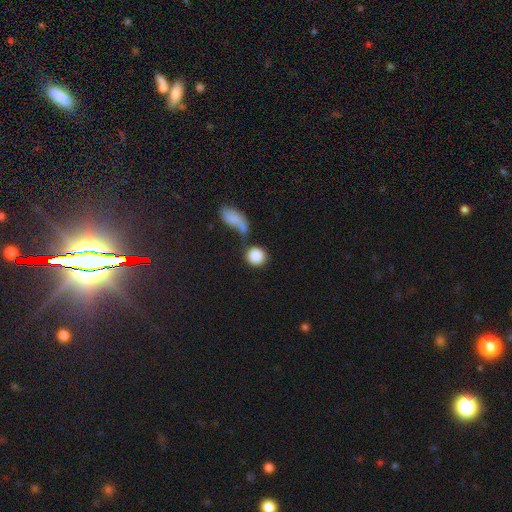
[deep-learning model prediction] This is clearly a smooth galaxy (86%). How rounded: clearly round (89%). Merging: possibly none (57%).